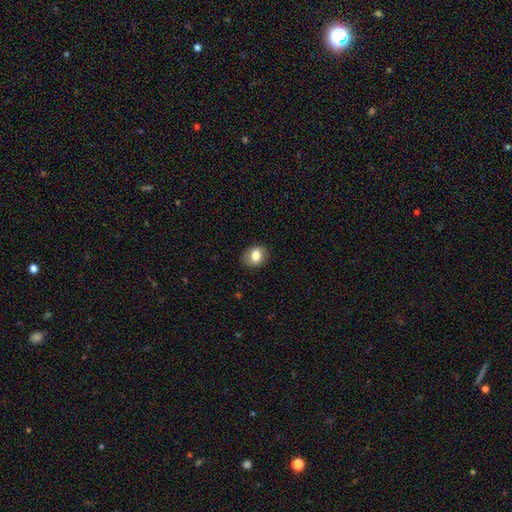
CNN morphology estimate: A smooth galaxy with no disk features (80%) that is round (50%). Merging: none (85%).